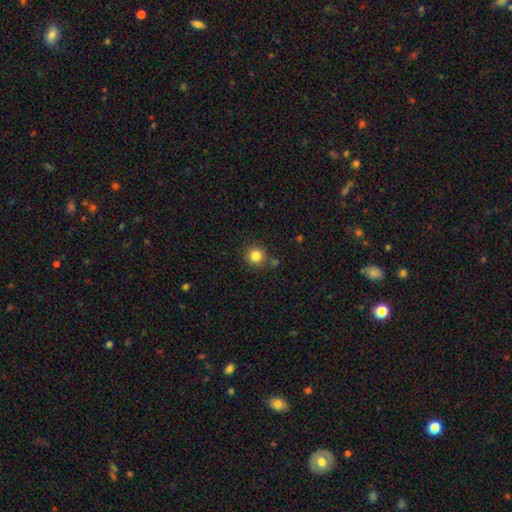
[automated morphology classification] A smooth galaxy with no disk features (83%) that is round (94%).

Vote fractions:
- Smooth or featured? smooth: 83% / star or artifact: 11% / featured or disk: 5%
- How rounded? round: 94% / in between: 5% / cigar-shaped: 1%
- Merging? none: 82% / minor disturbance: 9% / merger: 6% / major disturbance: 3%